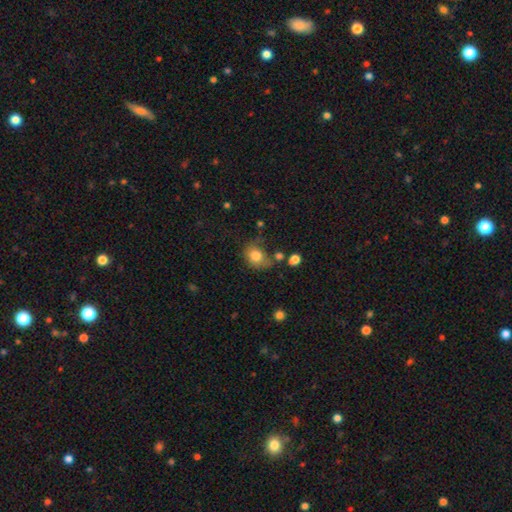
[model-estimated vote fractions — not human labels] smooth-or-featured: smooth: 79% | featured or disk: 11% | star or artifact: 10%
  how-rounded: round: 58% | in between: 41% | cigar-shaped: 1%
  merging: none: 47% | minor disturbance: 28% | major disturbance: 15% | merger: 9%